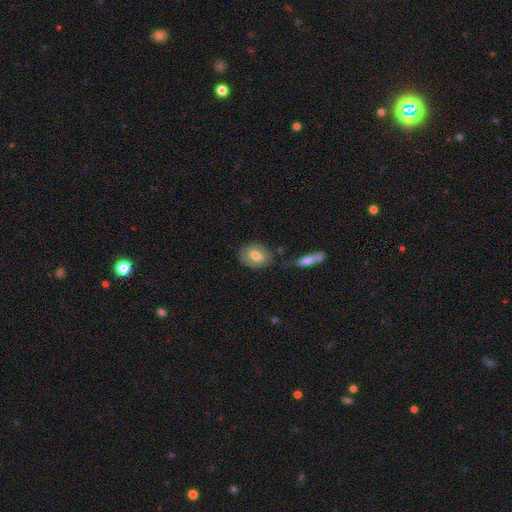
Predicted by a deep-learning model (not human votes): smooth_or_featured: smooth (p=0.49) [alt: featured or disk p=0.45]
merging: none (p=0.70) [alt: minor disturbance p=0.18]